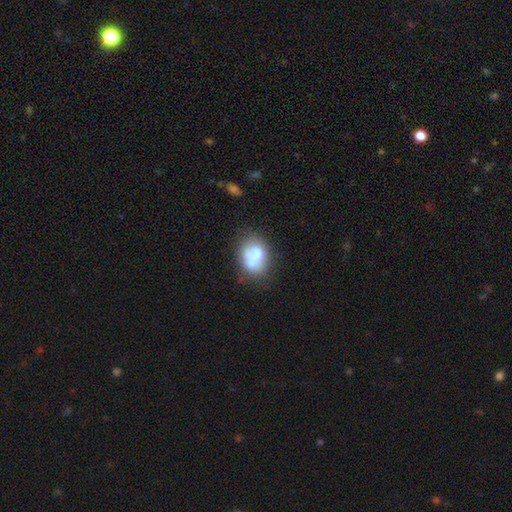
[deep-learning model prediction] This is likely a smooth galaxy (65%). How rounded: likely in between (61%). Merging: marginally none (43%).